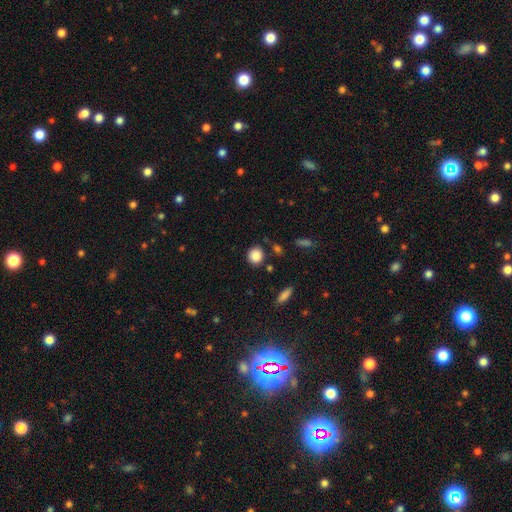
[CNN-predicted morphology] Smooth or featured: smooth — 87% (star or artifact — 9%)
How rounded: round — 87% (in between — 12%)
Merging: none — 84% (minor disturbance — 9%)